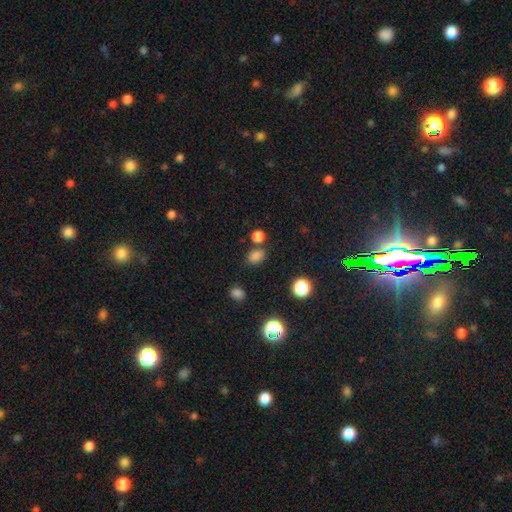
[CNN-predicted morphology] This is likely a smooth galaxy (79%). How rounded: likely in between (63%). Merging: likely none (69%).